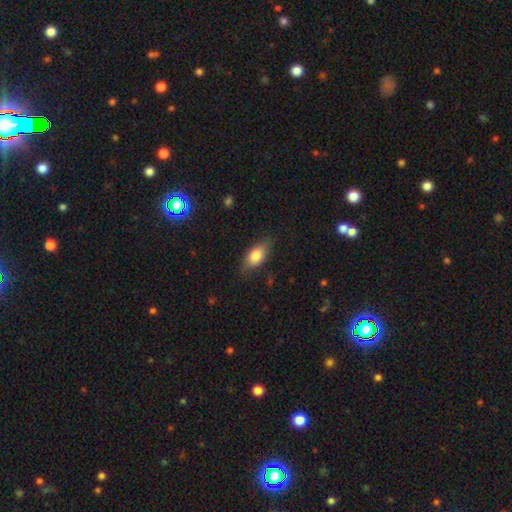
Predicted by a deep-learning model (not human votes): Smooth or featured? Predicted: smooth (p=0.80). How rounded? Predicted: in between (p=0.87). Merging? Predicted: none (p=0.75).